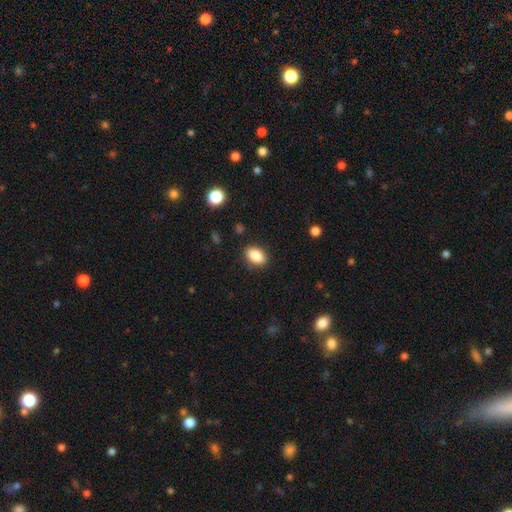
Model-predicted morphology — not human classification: smooth 87%, star or artifact 8%, featured or disk 5%. Down the decision tree: how rounded — in between (88%); merging — none (87%).